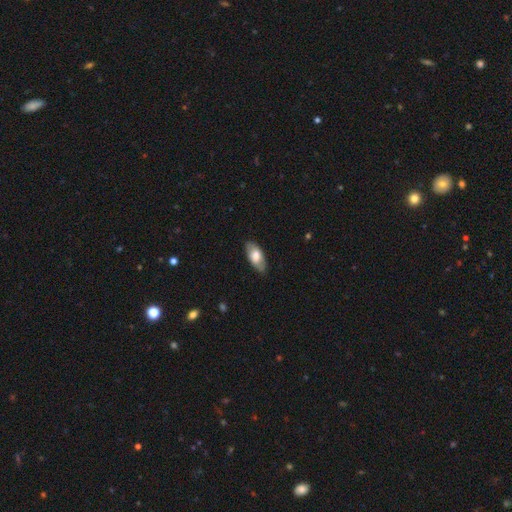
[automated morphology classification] type=smooth (71%); roundness=in between (90%); merging=none (84%).